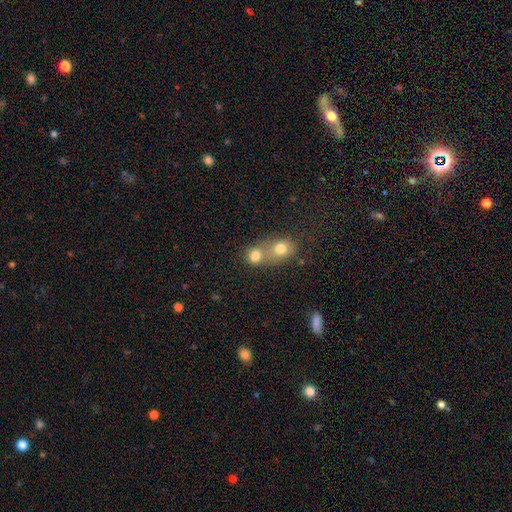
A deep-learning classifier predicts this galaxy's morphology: smooth 77%, star or artifact 12%, featured or disk 11%. Down the decision tree: how rounded — round (74%); merging — merger (62%).